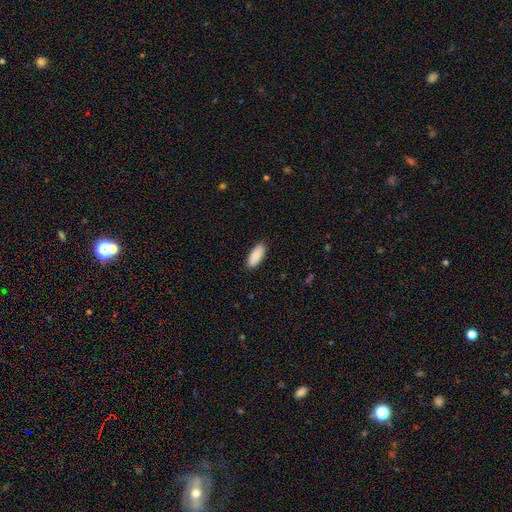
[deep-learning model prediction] Q: Smooth or featured?
A: smooth (90%); runner-up: star or artifact (6%)
Q: How rounded?
A: in between (82%); runner-up: cigar-shaped (16%)
Q: Merging?
A: none (89%); runner-up: minor disturbance (9%)